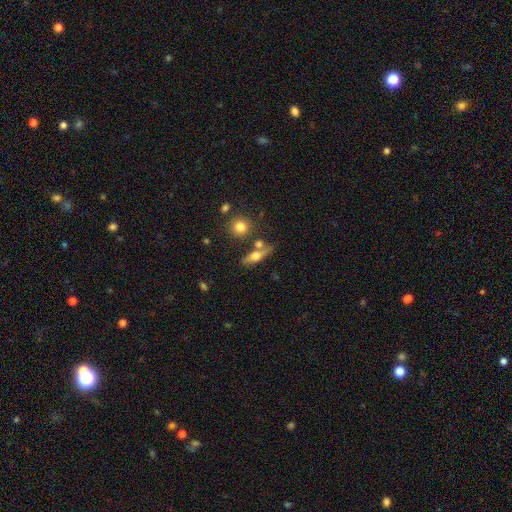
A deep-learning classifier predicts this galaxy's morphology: A smooth galaxy with no disk features (54%) that is in between round and cigar-shaped (48%).

Vote fractions:
- Smooth or featured? smooth: 54% / featured or disk: 37% / star or artifact: 9%
- How rounded? in between: 48% / cigar-shaped: 43% / round: 8%
- Merging? none: 64% / merger: 17% / minor disturbance: 14% / major disturbance: 5%